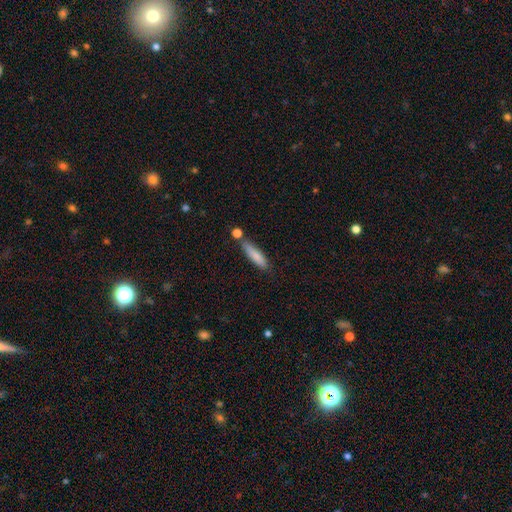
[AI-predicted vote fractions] A smooth galaxy with no disk features (81%) that is cigar-shaped (76%). Merging: none (68%).